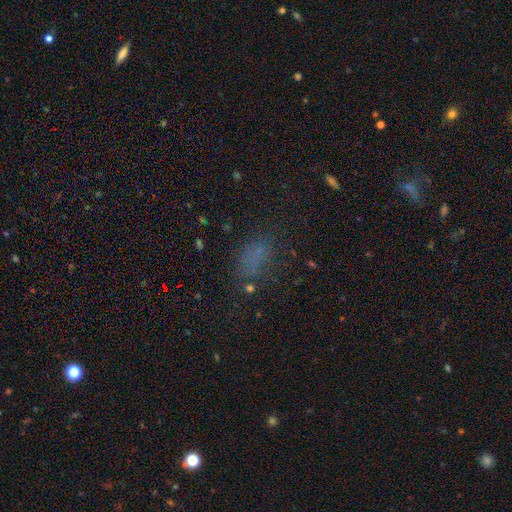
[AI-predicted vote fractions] This appears to be a smooth galaxy with no disk features (58%) that is in between round and cigar-shaped (81%). Merging: none (57%).